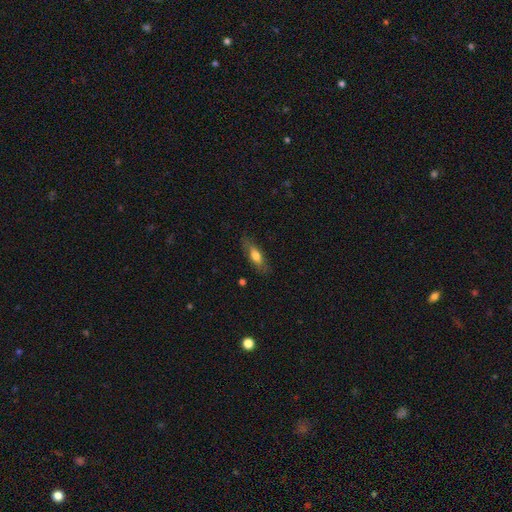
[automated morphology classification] Smooth or featured?
  - smooth: 66% *
  - featured or disk: 28%
  - star or artifact: 7%
How rounded?
  - in between: 56% *
  - cigar-shaped: 41%
  - round: 3%
Merging?
  - none: 79% *
  - minor disturbance: 16%
  - major disturbance: 4%
  - merger: 1%